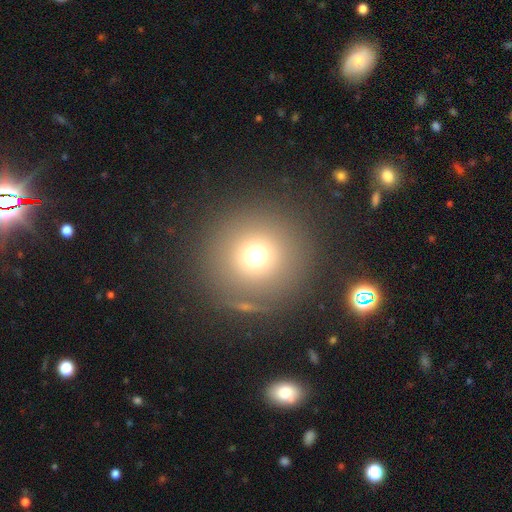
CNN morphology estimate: A smooth galaxy with no disk features (70%) that is round (96%).

Vote fractions:
- Smooth or featured? smooth: 70% / star or artifact: 19% / featured or disk: 11%
- How rounded? round: 96% / in between: 3% / cigar-shaped: 1%
- Merging? none: 83% / minor disturbance: 7% / merger: 5% / major disturbance: 4%